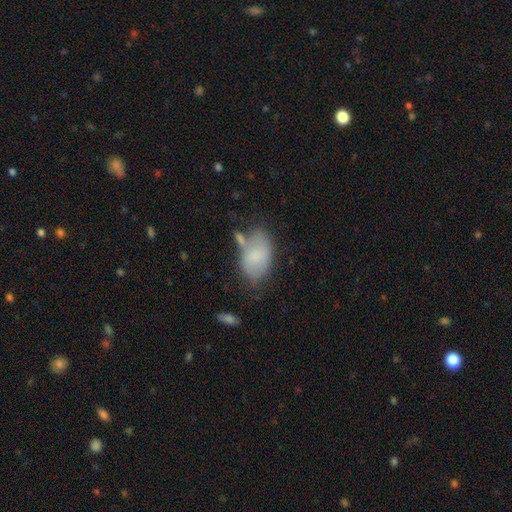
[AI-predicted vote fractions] Smooth or featured? smooth (74%)
How rounded? in between (91%)
Merging? none (46%)